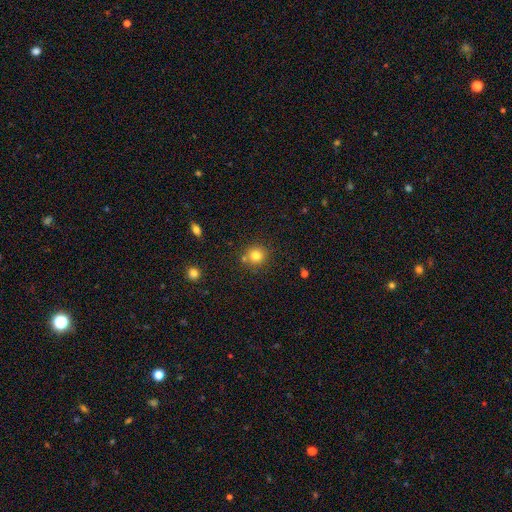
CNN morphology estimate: Smooth or featured? smooth (79%)
How rounded? round (92%)
Merging? none (77%)